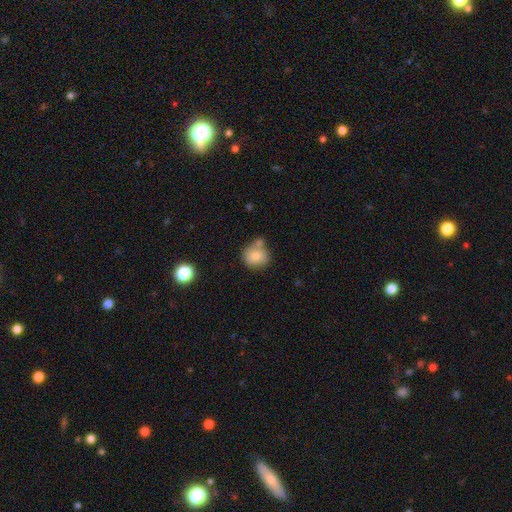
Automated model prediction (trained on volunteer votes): smooth-or-featured: smooth: 80% | featured or disk: 11% | star or artifact: 9%
  how-rounded: round: 78% | in between: 21% | cigar-shaped: 1%
  merging: none: 53% | merger: 26% | minor disturbance: 17% | major disturbance: 5%